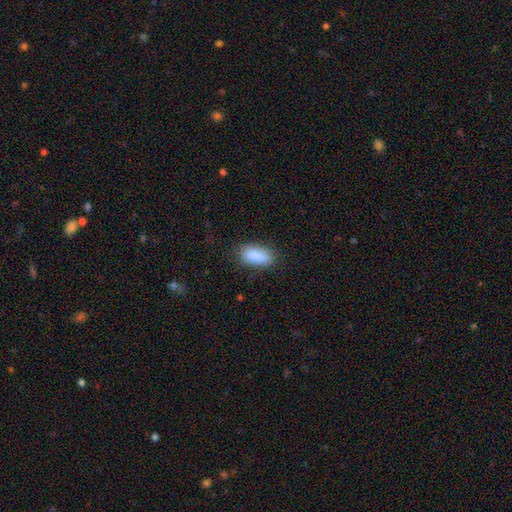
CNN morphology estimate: This is clearly a smooth galaxy (89%). How rounded: clearly in between (90%). Merging: clearly none (82%).